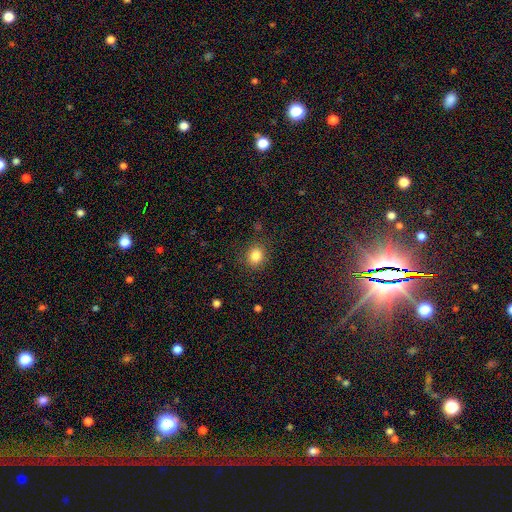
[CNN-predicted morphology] Smooth or featured?
  - smooth: 84% *
  - star or artifact: 11%
  - featured or disk: 5%
How rounded?
  - round: 75% *
  - in between: 24%
  - cigar-shaped: 1%
Merging?
  - none: 85% *
  - minor disturbance: 10%
  - major disturbance: 4%
  - merger: 2%